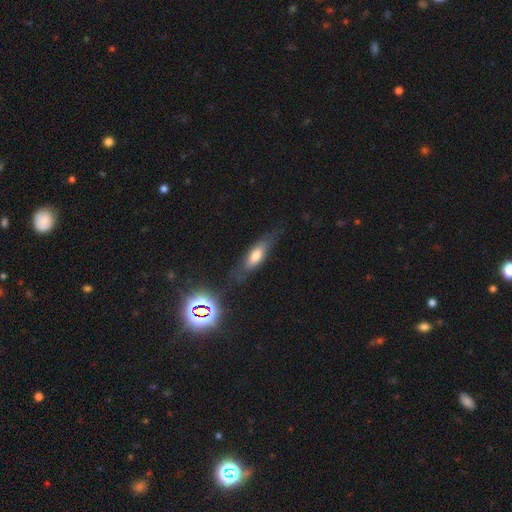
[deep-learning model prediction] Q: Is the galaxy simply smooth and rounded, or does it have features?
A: smooth — 60%.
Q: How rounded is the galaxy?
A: in between — 52%.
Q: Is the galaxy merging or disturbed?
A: none — 68%.